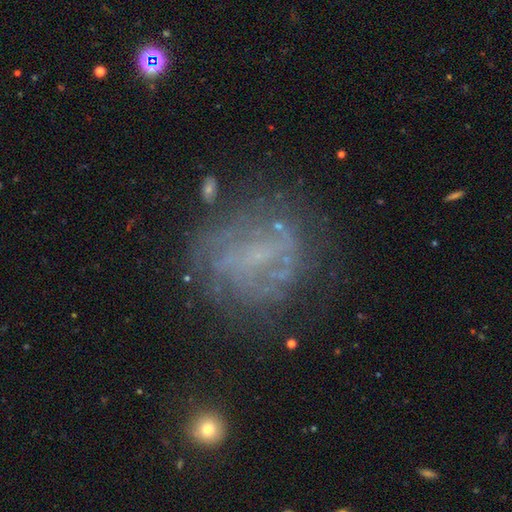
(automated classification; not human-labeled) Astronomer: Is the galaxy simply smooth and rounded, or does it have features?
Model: featured or disk — 61%.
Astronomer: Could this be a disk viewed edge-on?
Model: no — 97%.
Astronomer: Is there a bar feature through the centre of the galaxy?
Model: no — 54% (runner-up: weak, 34%).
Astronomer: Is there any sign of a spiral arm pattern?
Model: yes — 51% (runner-up: no, 49%).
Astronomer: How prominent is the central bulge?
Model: none — 48% (runner-up: small, 41%).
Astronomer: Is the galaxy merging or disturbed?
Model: none — 64%.